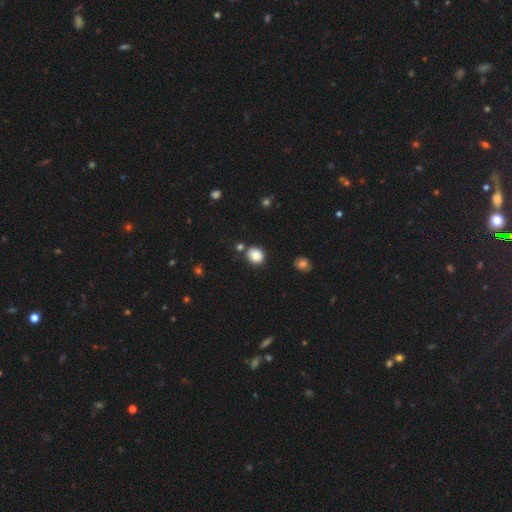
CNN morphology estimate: type=smooth (83%); roundness=round (67%); merging=none (78%).